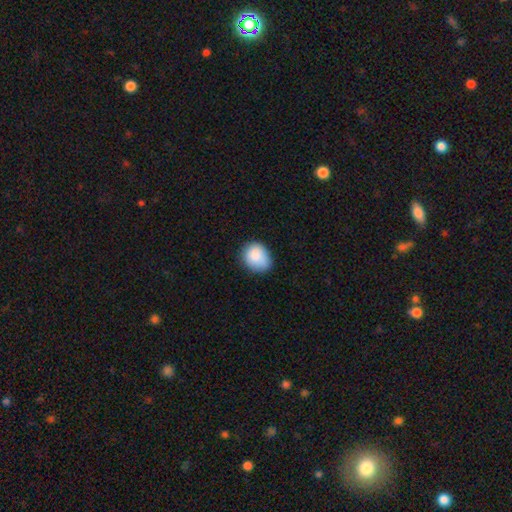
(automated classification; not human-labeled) Smooth or featured?
  - smooth: 87% *
  - star or artifact: 7%
  - featured or disk: 6%
How rounded?
  - round: 54% *
  - in between: 45%
  - cigar-shaped: 1%
Merging?
  - none: 72% *
  - minor disturbance: 23%
  - major disturbance: 4%
  - merger: 1%